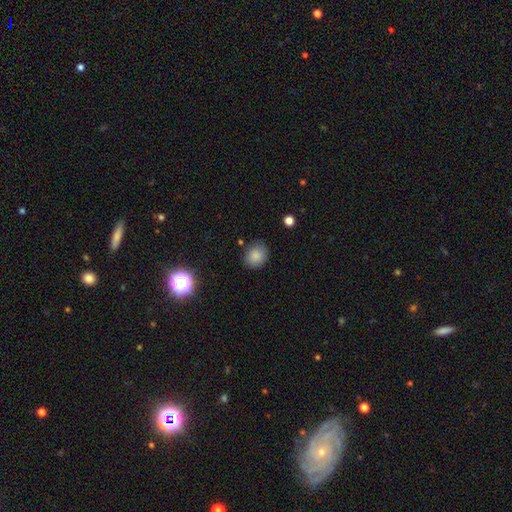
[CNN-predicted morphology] Smooth or featured?
  - smooth: 84% *
  - star or artifact: 11%
  - featured or disk: 5%
How rounded?
  - round: 69% *
  - in between: 30%
  - cigar-shaped: 1%
Merging?
  - none: 81% *
  - minor disturbance: 14%
  - major disturbance: 3%
  - merger: 2%